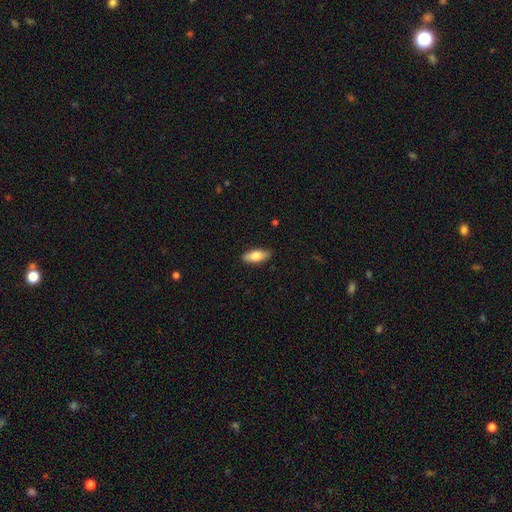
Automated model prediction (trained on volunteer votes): Smooth or featured? Predicted: smooth (p=0.78). How rounded? Predicted: in between (p=0.79). Merging? Predicted: none (p=0.89).